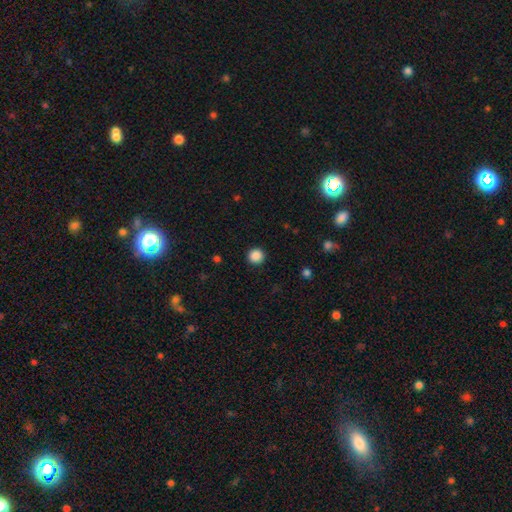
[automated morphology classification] This is clearly a smooth galaxy (87%). How rounded: clearly round (94%). Merging: clearly none (92%).